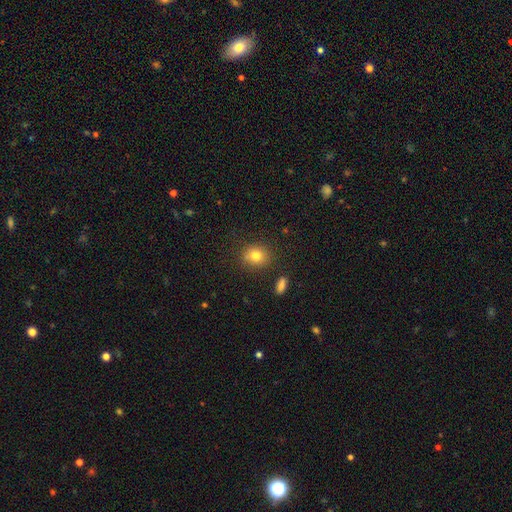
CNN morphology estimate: The model was most divided on "how rounded": round: 72%, in between: 27%, cigar-shaped: 1%. More confident: merging — none (81%); smooth or featured — smooth (80%).